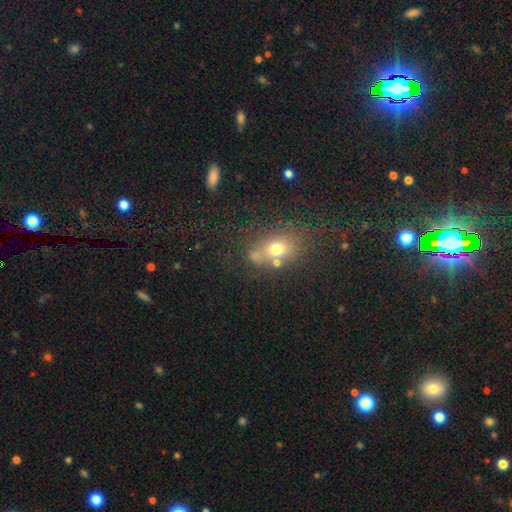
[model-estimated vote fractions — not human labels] The model was most divided on "how rounded": in between: 56%, round: 42%, cigar-shaped: 3%. More confident: smooth or featured — smooth (66%); merging — none (57%).